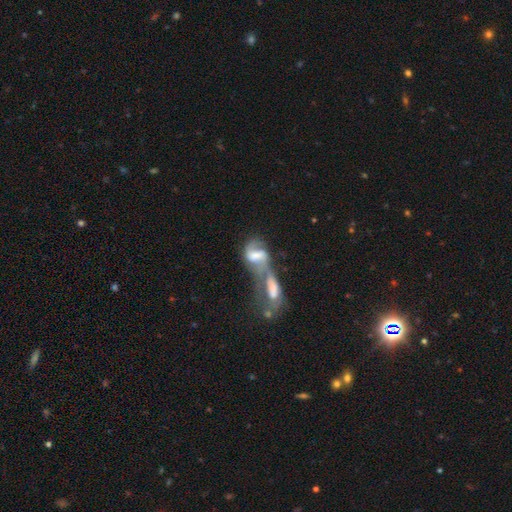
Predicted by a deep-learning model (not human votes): featured or disk 67%, smooth 25%, star or artifact 8%. Down the decision tree: edge-on disk — no (94%); bar — weak (39%); spiral arms — yes (77%); bulge size — moderate (36%); merging — merger (76%).